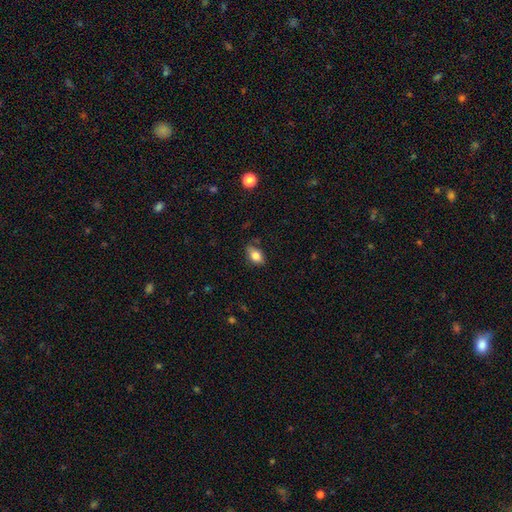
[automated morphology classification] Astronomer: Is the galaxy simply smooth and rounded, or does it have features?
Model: smooth — 81%.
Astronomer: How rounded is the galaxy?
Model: in between — 87%.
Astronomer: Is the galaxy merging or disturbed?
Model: none — 76%.